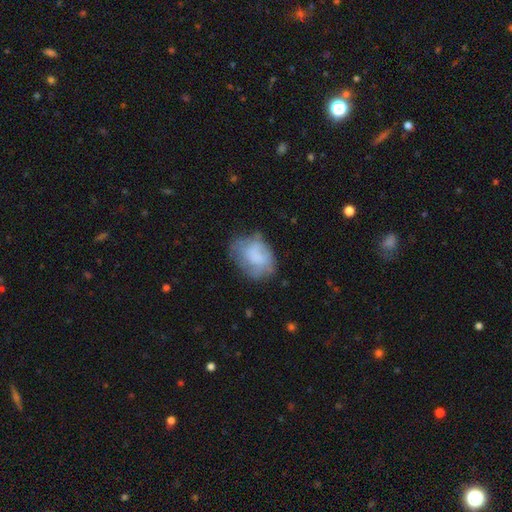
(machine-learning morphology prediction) Q: Smooth or featured?
A: smooth (62%); runner-up: featured or disk (29%)
Q: How rounded?
A: in between (71%); runner-up: round (28%)
Q: Merging?
A: none (49%); runner-up: minor disturbance (31%)